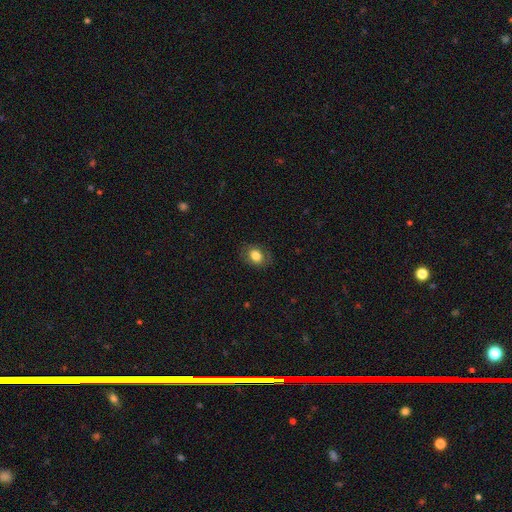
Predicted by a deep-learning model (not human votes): The model was most divided on "how rounded": in between: 63%, round: 36%, cigar-shaped: 1%. More confident: merging — none (82%); smooth or featured — smooth (80%).